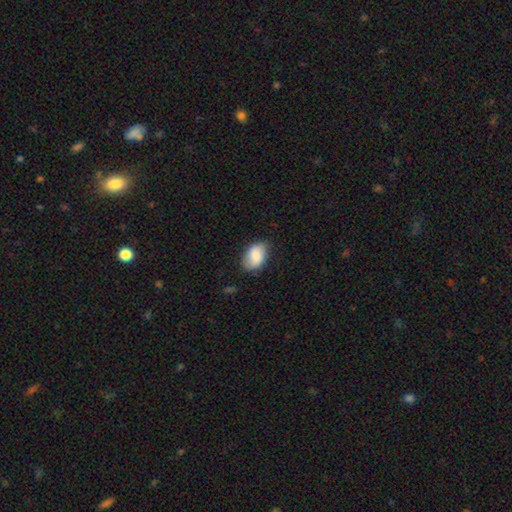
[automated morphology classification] smooth_or_featured: smooth (p=0.75) [alt: featured or disk p=0.18]
how_rounded: in between (p=0.86) [alt: round p=0.13]
merging: none (p=0.75) [alt: minor disturbance p=0.20]